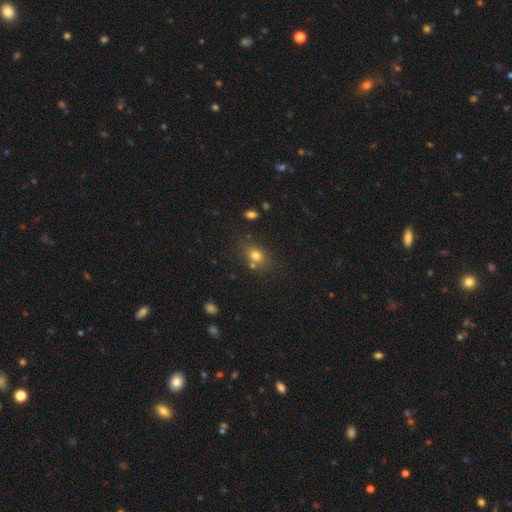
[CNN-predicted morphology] Smooth or featured: smooth — 74% (star or artifact — 15%)
How rounded: in between — 56% (round — 42%)
Merging: none — 66% (merger — 16%)